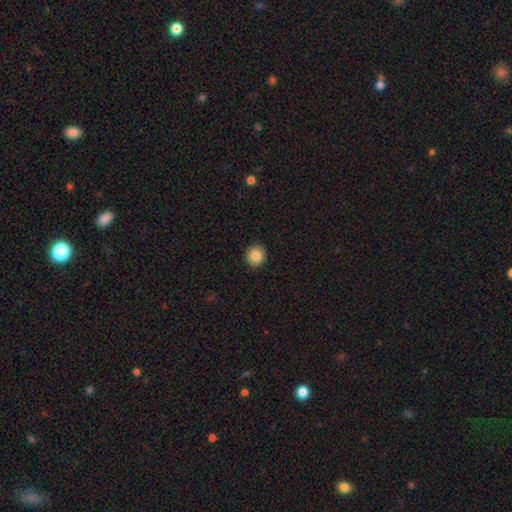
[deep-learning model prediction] Morphology: type=smooth (85%); roundness=round (90%); merging=none (92%).